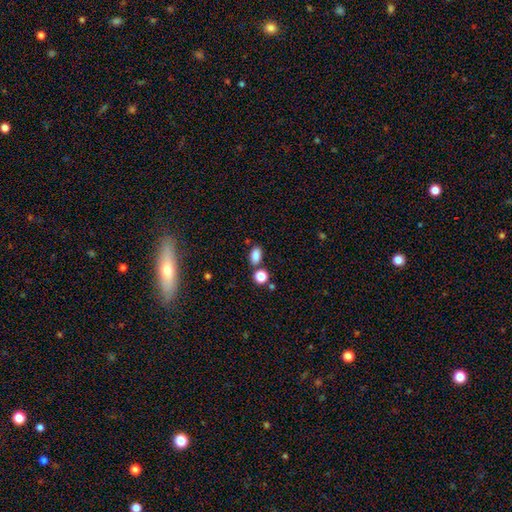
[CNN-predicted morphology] Smooth or featured: smooth — 84% (star or artifact — 11%)
How rounded: in between — 86% (round — 12%)
Merging: none — 71% (merger — 13%)